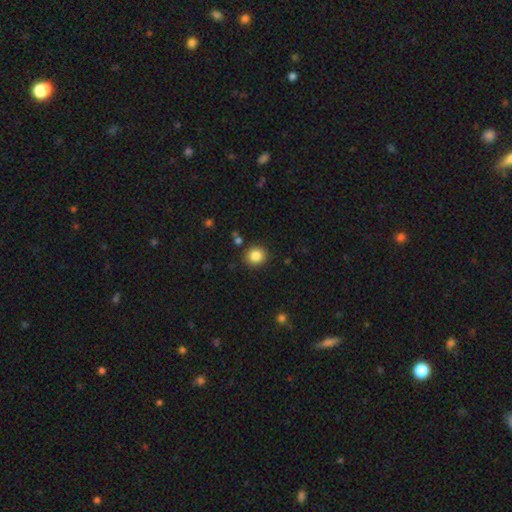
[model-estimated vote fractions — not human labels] smooth-or-featured: smooth: 85% | star or artifact: 10% | featured or disk: 5%
  how-rounded: round: 83% | in between: 16% | cigar-shaped: 1%
  merging: none: 87% | minor disturbance: 8% | merger: 3% | major disturbance: 2%